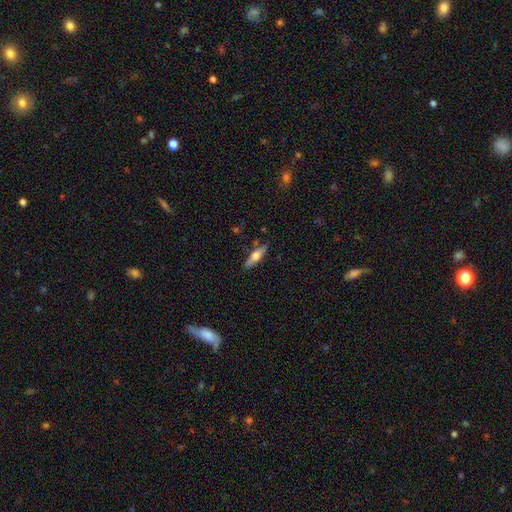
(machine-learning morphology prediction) Smooth or featured? smooth (48%)
Merging? none (83%)